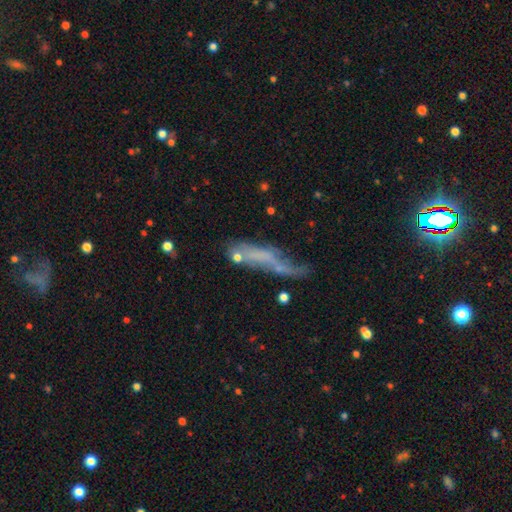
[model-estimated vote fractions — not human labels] Q: Smooth or featured?
A: featured or disk (45%); runner-up: smooth (42%)
Q: Merging?
A: none (32%); runner-up: major disturbance (30%)